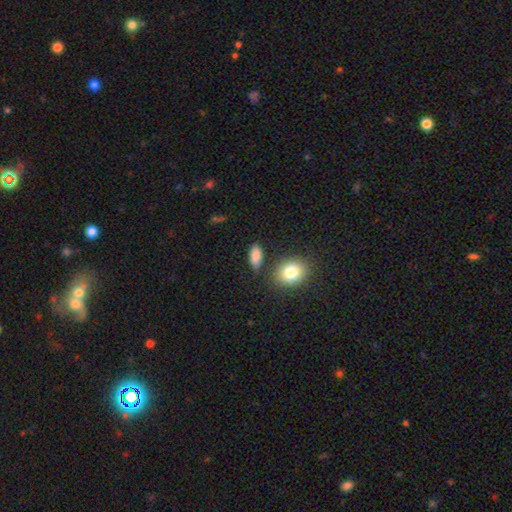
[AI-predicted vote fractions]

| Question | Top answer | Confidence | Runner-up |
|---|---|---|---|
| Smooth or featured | smooth | 85% | star or artifact (9%) |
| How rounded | in between | 85% | round (9%) |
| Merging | none | 74% | minor disturbance (16%) |